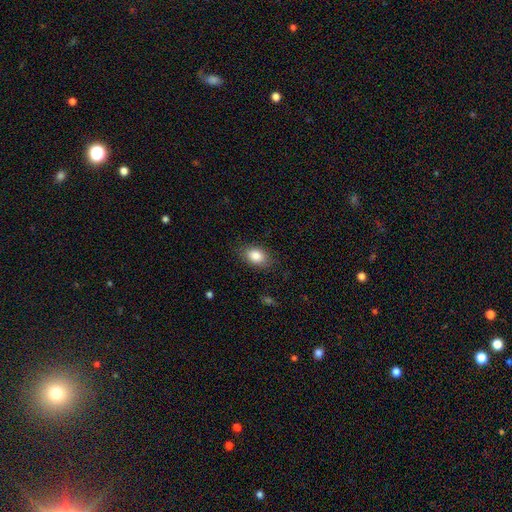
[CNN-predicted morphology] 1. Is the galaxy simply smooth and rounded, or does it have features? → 85% smooth, 8% star or artifact, 7% featured or disk.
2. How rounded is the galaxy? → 84% in between, 14% round, 2% cigar-shaped.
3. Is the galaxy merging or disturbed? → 84% none, 12% minor disturbance, 3% major disturbance, 1% merger.